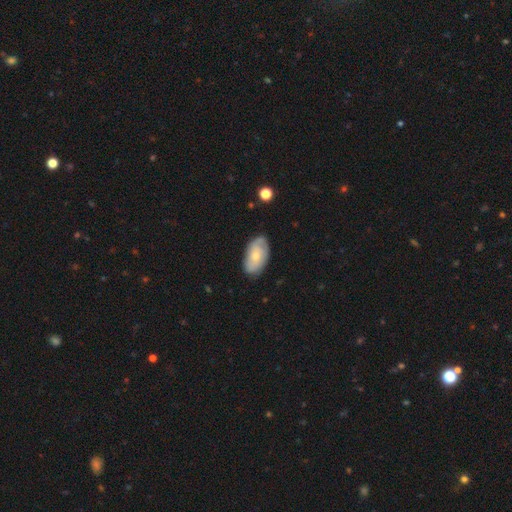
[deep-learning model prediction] Smooth or featured?
  - featured or disk: 49% *
  - smooth: 45%
  - star or artifact: 6%
Merging?
  - none: 73% *
  - minor disturbance: 21%
  - major disturbance: 4%
  - merger: 1%